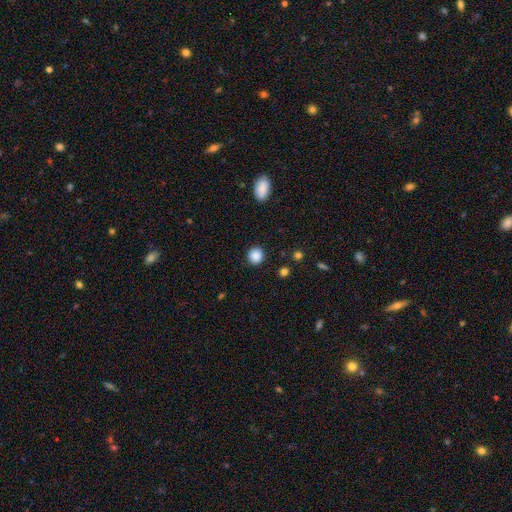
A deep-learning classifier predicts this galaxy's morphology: smooth-or-featured: smooth: 88% | star or artifact: 9% | featured or disk: 3%
  how-rounded: round: 90% | in between: 9% | cigar-shaped: 1%
  merging: none: 91% | minor disturbance: 5% | major disturbance: 2% | merger: 1%